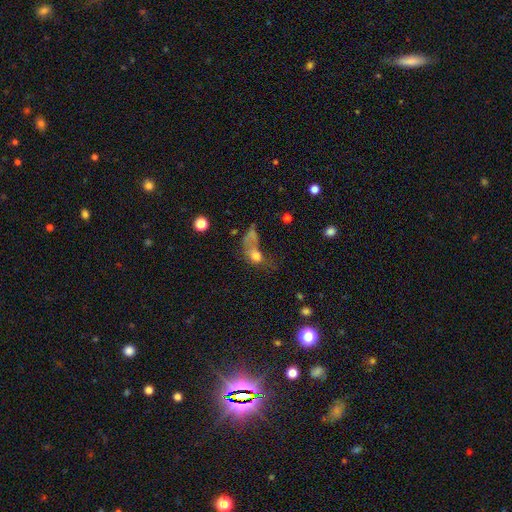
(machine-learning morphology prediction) Smooth or featured: smooth — 58% (featured or disk — 24%)
How rounded: in between — 59% (round — 36%)
Merging: major disturbance — 38% (merger — 34%)